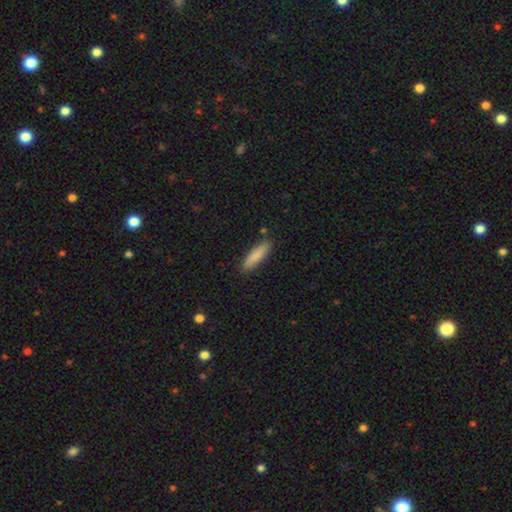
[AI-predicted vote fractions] smooth 84%, featured or disk 10%, star or artifact 6%. Down the decision tree: how rounded — cigar-shaped (75%); merging — none (86%).